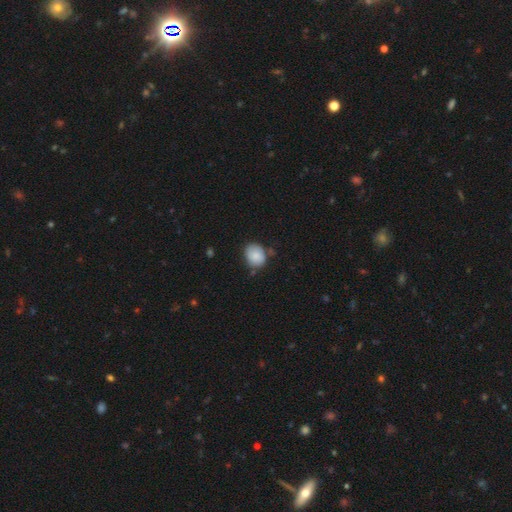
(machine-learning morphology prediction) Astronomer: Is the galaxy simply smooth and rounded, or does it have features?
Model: smooth — 85%.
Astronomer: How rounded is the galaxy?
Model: round — 56% (runner-up: in between, 43%).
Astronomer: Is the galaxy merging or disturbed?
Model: none — 68%.